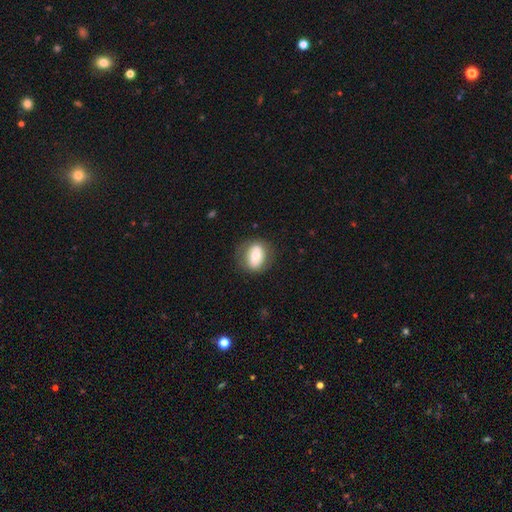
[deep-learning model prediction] Q: Smooth or featured?
A: smooth (60%); runner-up: featured or disk (33%)
Q: How rounded?
A: in between (59%); runner-up: round (39%)
Q: Merging?
A: none (77%); runner-up: minor disturbance (16%)